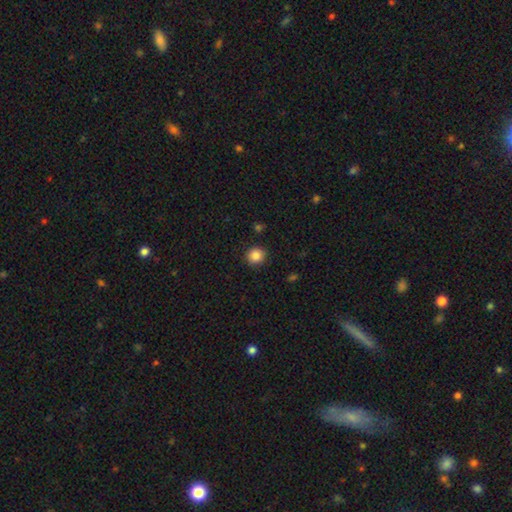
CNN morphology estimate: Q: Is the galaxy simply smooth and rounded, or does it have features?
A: smooth — 86%.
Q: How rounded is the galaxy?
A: round — 91%.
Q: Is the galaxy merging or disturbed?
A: none — 91%.